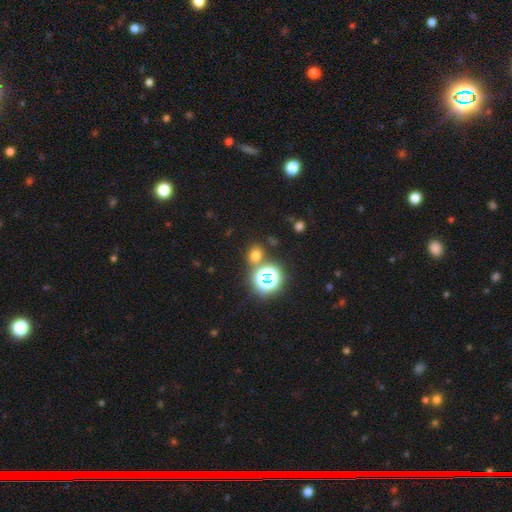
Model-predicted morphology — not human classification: Q: Smooth or featured?
A: smooth (61%); runner-up: star or artifact (33%)
Q: How rounded?
A: round (72%); runner-up: in between (26%)
Q: Merging?
A: none (79%); runner-up: merger (10%)